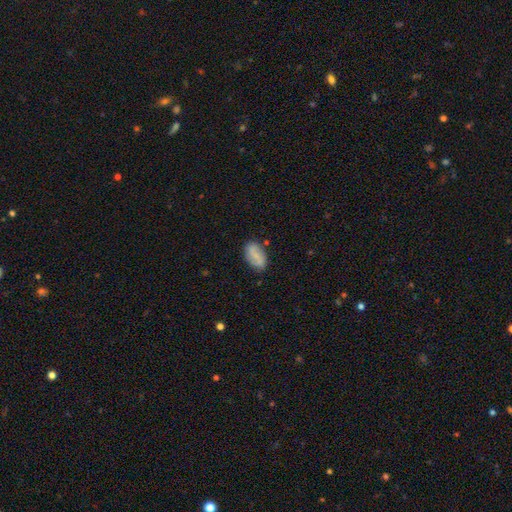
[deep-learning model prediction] Q: Smooth or featured?
A: smooth (49%); runner-up: featured or disk (44%)
Q: Merging?
A: none (77%); runner-up: minor disturbance (17%)